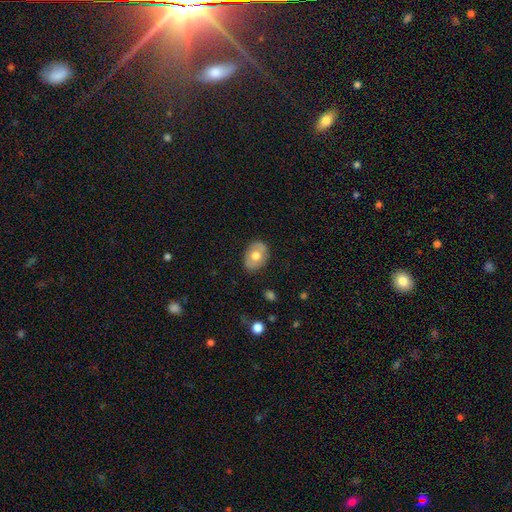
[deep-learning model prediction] A smooth galaxy with no disk features (63%) that is in between round and cigar-shaped (76%). Merging: none (83%).